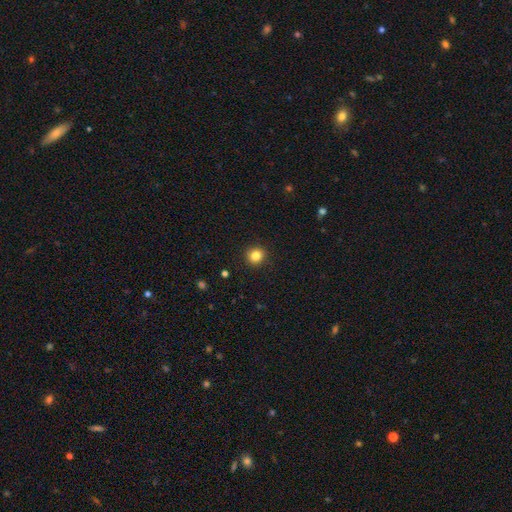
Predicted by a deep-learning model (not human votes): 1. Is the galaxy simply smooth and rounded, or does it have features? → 83% smooth, 12% star or artifact, 5% featured or disk.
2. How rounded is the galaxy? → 91% round, 9% in between, 1% cigar-shaped.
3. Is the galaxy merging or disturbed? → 92% none, 5% minor disturbance, 2% major disturbance, 1% merger.